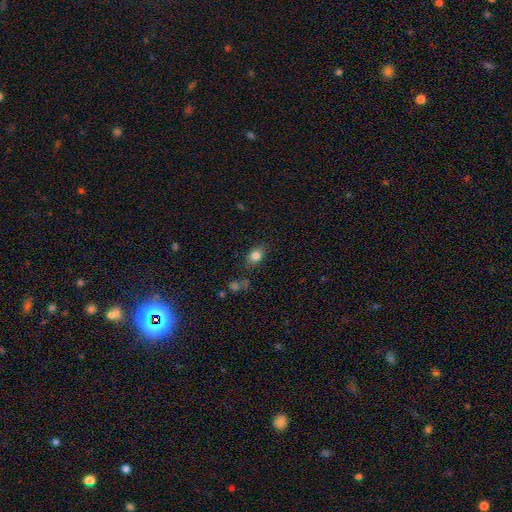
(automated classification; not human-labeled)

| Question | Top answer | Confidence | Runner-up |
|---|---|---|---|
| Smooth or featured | smooth | 81% | star or artifact (11%) |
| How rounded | in between | 65% | round (32%) |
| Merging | none | 74% | minor disturbance (16%) |